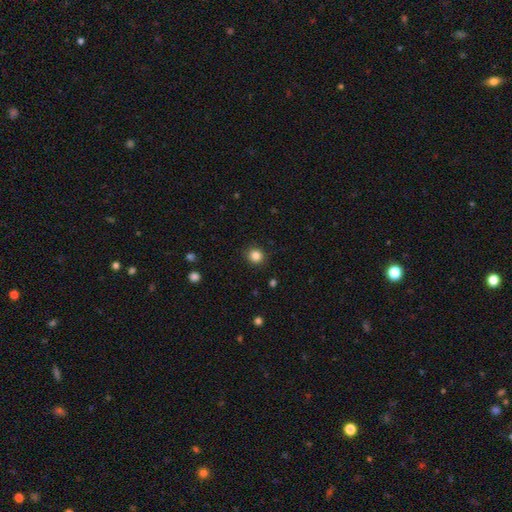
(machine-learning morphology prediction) The model was most divided on "smooth or featured": smooth: 84%, star or artifact: 12%, featured or disk: 4%. More confident: merging — none (90%); how rounded — round (88%).